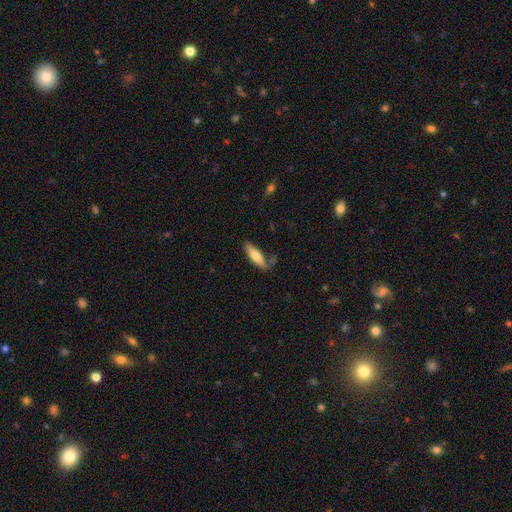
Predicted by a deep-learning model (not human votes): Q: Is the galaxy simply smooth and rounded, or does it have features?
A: smooth — 72%.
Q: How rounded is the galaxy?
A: cigar-shaped — 57%.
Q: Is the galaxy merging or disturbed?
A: none — 68%.